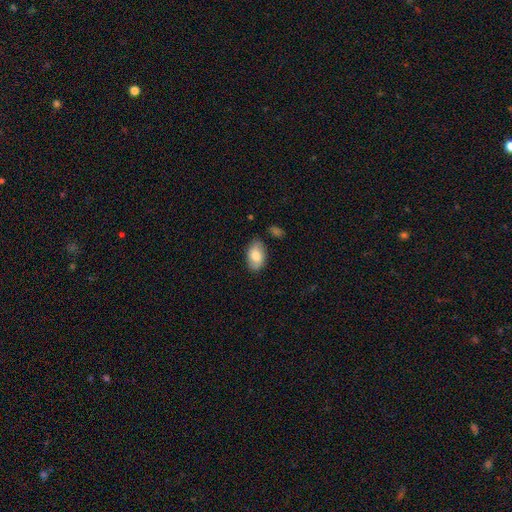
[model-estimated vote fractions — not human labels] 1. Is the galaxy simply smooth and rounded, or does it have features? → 78% smooth, 16% featured or disk, 6% star or artifact.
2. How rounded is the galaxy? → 92% in between, 6% round, 1% cigar-shaped.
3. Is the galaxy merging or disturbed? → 79% none, 15% minor disturbance, 3% major disturbance, 2% merger.